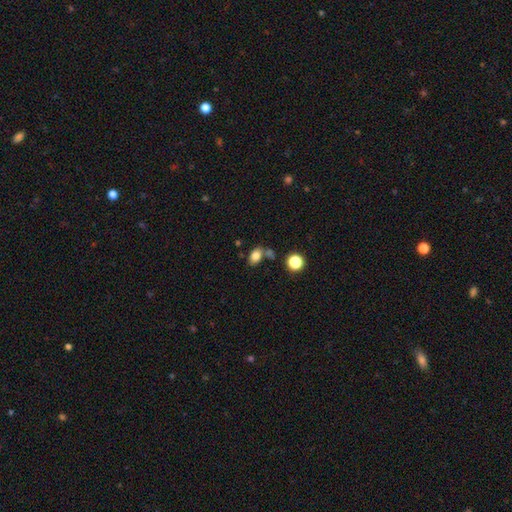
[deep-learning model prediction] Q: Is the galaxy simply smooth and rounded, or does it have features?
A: smooth — 81%.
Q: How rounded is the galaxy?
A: in between — 82%.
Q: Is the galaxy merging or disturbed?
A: none — 62%.